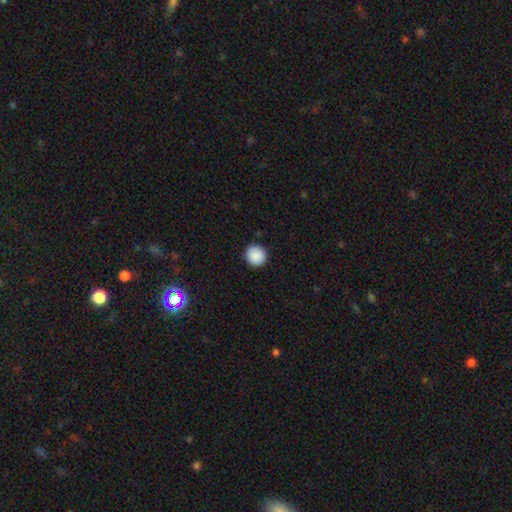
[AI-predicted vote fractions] Smooth or featured: smooth — 89% (star or artifact — 8%)
How rounded: round — 94% (in between — 5%)
Merging: none — 92% (minor disturbance — 6%)